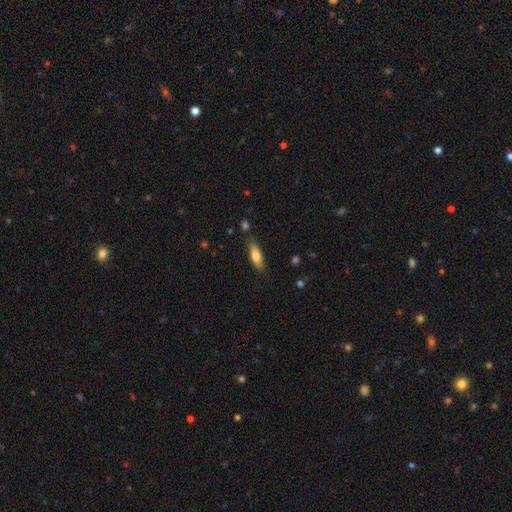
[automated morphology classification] A smooth galaxy with no disk features (76%) that is in between round and cigar-shaped (59%).

Vote fractions:
- Smooth or featured? smooth: 76% / featured or disk: 18% / star or artifact: 7%
- How rounded? in between: 59% / cigar-shaped: 39% / round: 2%
- Merging? none: 79% / minor disturbance: 16% / major disturbance: 3% / merger: 3%